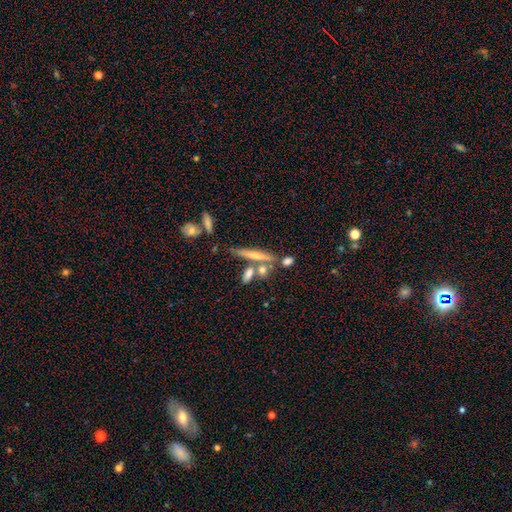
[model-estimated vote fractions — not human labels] smooth_or_featured: featured or disk (p=0.53) [alt: smooth p=0.36]
disk_edge_on: yes (p=0.89) [alt: no p=0.11]
merging: none (p=0.63) [alt: merger p=0.21]